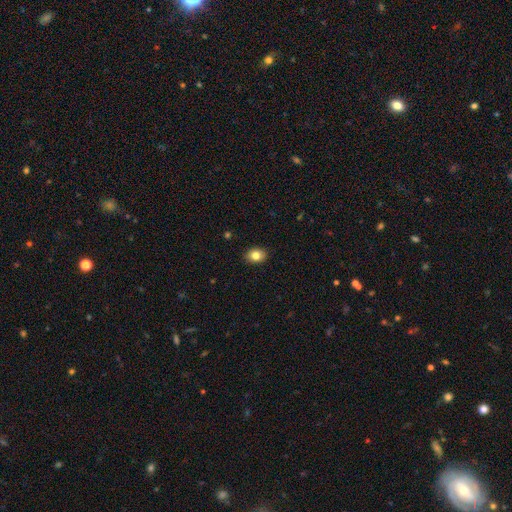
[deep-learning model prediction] Q: Smooth or featured?
A: smooth (82%); runner-up: star or artifact (9%)
Q: How rounded?
A: in between (61%); runner-up: round (38%)
Q: Merging?
A: none (89%); runner-up: minor disturbance (8%)